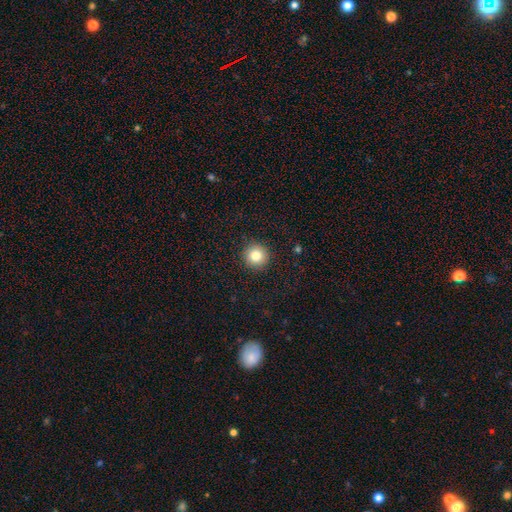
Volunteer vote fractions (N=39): A smooth galaxy with no disk features (92%) that is round (100%). Merging: none (100%).